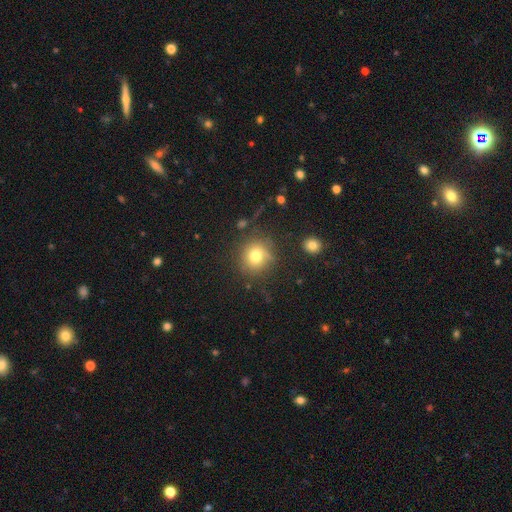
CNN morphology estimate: Q: Smooth or featured?
A: smooth (76%); runner-up: star or artifact (14%)
Q: How rounded?
A: round (88%); runner-up: in between (11%)
Q: Merging?
A: none (79%); runner-up: minor disturbance (13%)